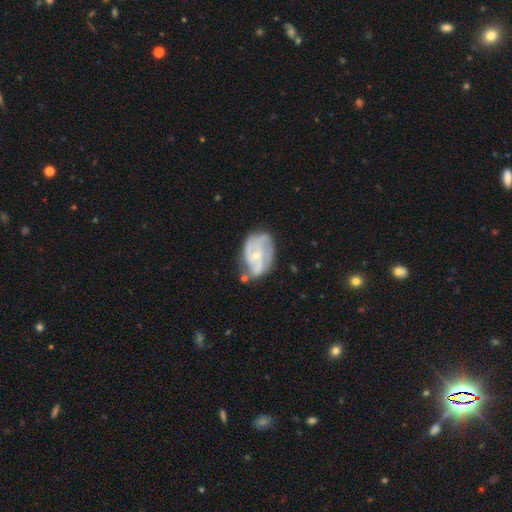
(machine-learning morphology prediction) A featured or disk galaxy (77%) with no bar (60%), 2 (41%) medium (43%) spiral arms (85%) and a small central bulge (64%). Merging: none (51%).